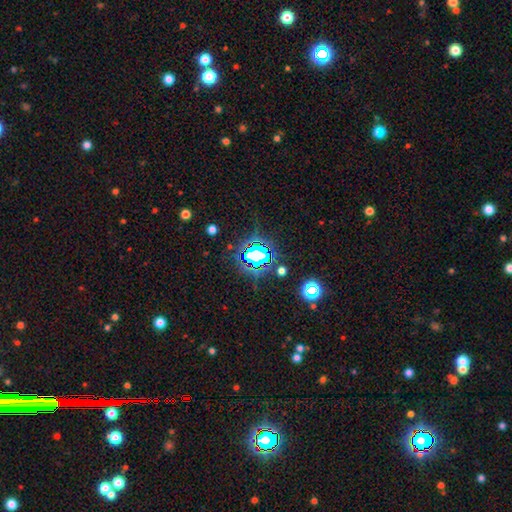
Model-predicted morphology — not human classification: A star or artifact, not a galaxy (68%).

Vote fractions:
- Smooth or featured? star or artifact: 68% / smooth: 20% / featured or disk: 12%